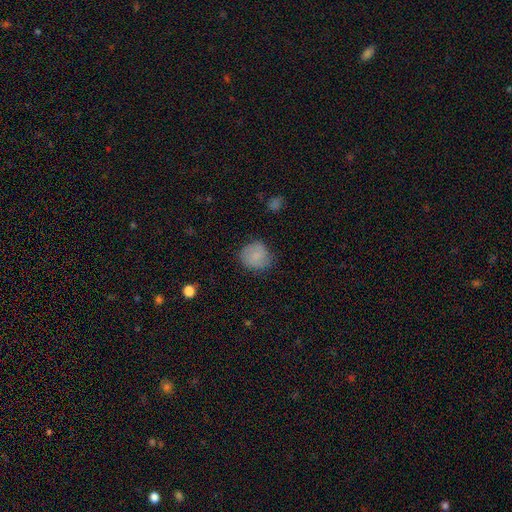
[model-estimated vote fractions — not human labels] Smooth or featured?
  - smooth: 81% *
  - featured or disk: 11%
  - star or artifact: 7%
How rounded?
  - round: 86% *
  - in between: 13%
  - cigar-shaped: 1%
Merging?
  - none: 72% *
  - minor disturbance: 21%
  - major disturbance: 5%
  - merger: 1%